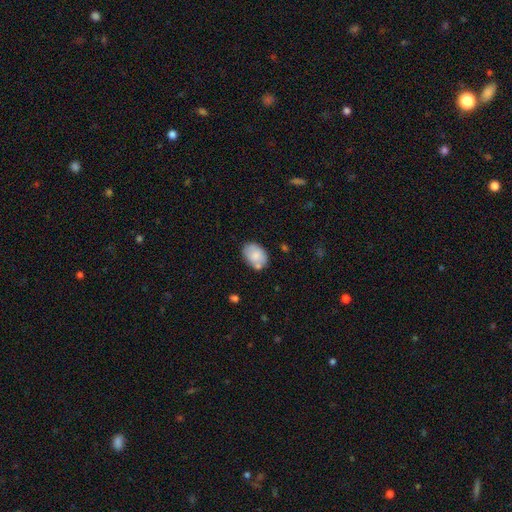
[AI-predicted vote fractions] Smooth or featured? Predicted: smooth (p=0.80). How rounded? Predicted: in between (p=0.78). Merging? Predicted: none (p=0.65).